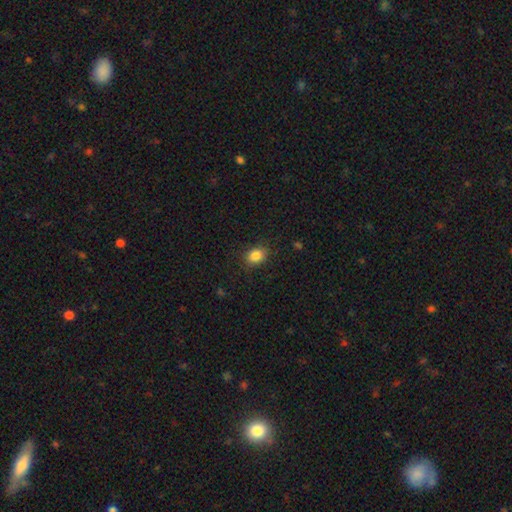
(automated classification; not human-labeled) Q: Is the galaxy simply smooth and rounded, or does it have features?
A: smooth — 85%.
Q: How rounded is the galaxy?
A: in between — 63%.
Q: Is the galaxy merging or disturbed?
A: none — 85%.